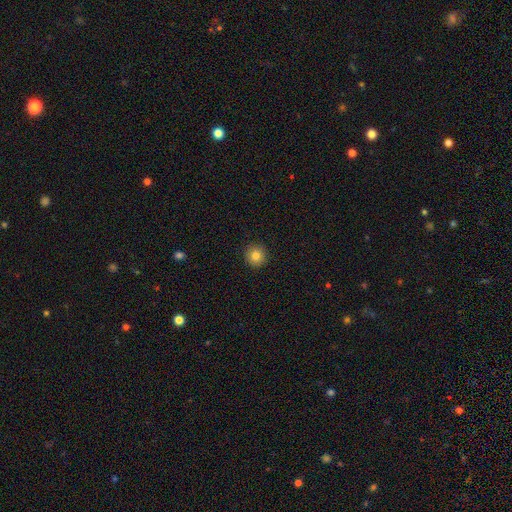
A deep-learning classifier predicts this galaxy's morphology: Smooth or featured? Predicted: smooth (p=0.82). How rounded? Predicted: round (p=0.95). Merging? Predicted: none (p=0.93).